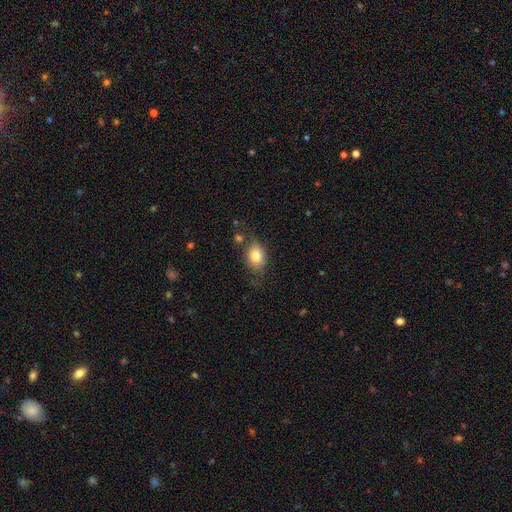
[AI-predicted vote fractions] smooth_or_featured: smooth (p=0.81) [alt: featured or disk p=0.11]
how_rounded: in between (p=0.72) [alt: round p=0.26]
merging: none (p=0.68) [alt: minor disturbance p=0.20]